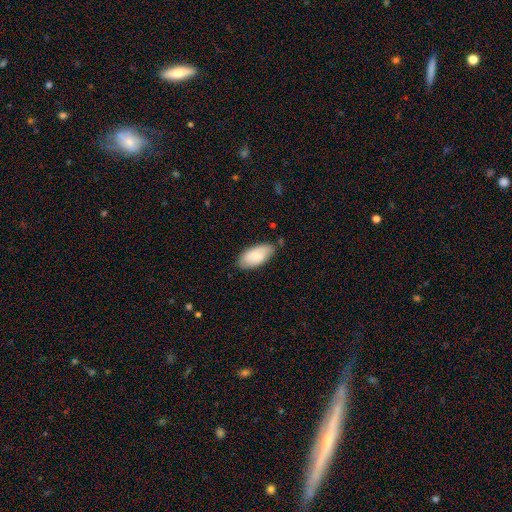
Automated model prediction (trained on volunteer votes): Q: Smooth or featured?
A: smooth (81%); runner-up: featured or disk (13%)
Q: How rounded?
A: in between (93%); runner-up: cigar-shaped (5%)
Q: Merging?
A: none (72%); runner-up: minor disturbance (22%)